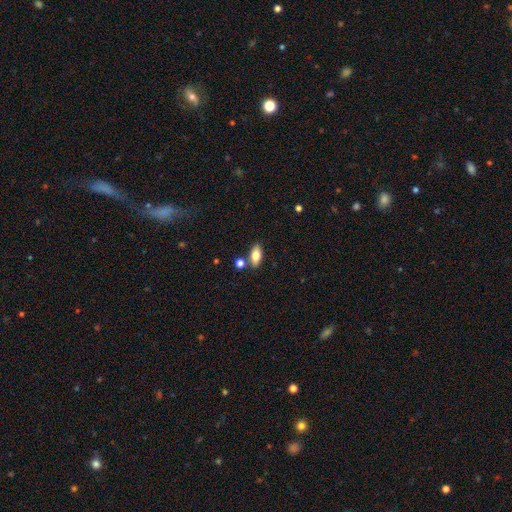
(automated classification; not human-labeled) Morphology: type=smooth (77%); roundness=in between (87%); merging=none (79%).